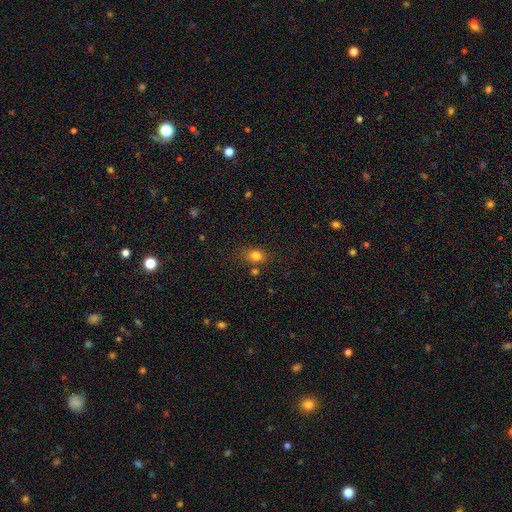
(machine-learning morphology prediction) A smooth galaxy with no disk features (81%) that is in between round and cigar-shaped (55%).

Vote fractions:
- Smooth or featured? smooth: 81% / star or artifact: 12% / featured or disk: 7%
- How rounded? in between: 55% / round: 43% / cigar-shaped: 2%
- Merging? none: 71% / minor disturbance: 16% / merger: 8% / major disturbance: 5%